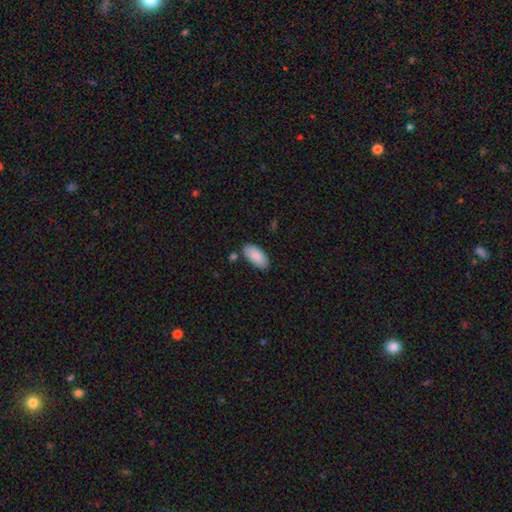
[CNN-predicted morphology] Q: Smooth or featured?
A: smooth (89%); runner-up: star or artifact (6%)
Q: How rounded?
A: in between (94%); runner-up: cigar-shaped (4%)
Q: Merging?
A: none (78%); runner-up: minor disturbance (14%)